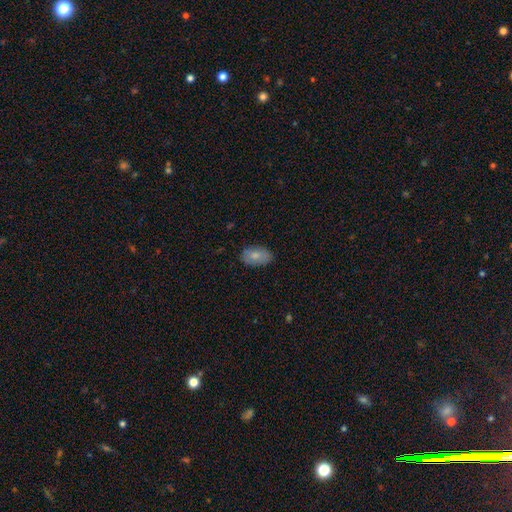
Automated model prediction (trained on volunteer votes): This appears to be a smooth galaxy with no disk features (79%) that is in between round and cigar-shaped (91%). Merging: none (82%).